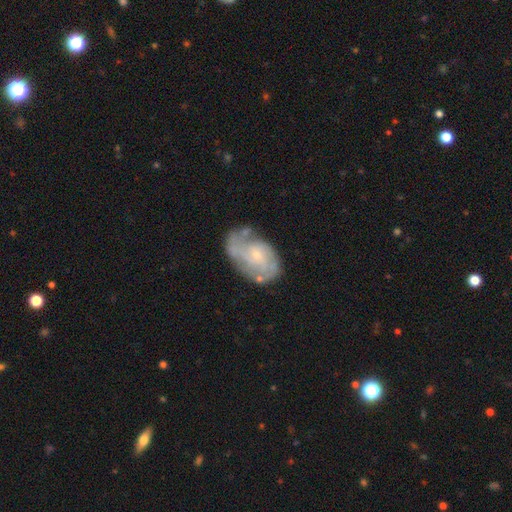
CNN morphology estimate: type=featured or disk (74%); edge-on=no (97%); bar=no (69%); spiral arms=yes (83%); winding=tight (41%); arm count=2 (43%); bulge=small (77%); merging=none (50%).